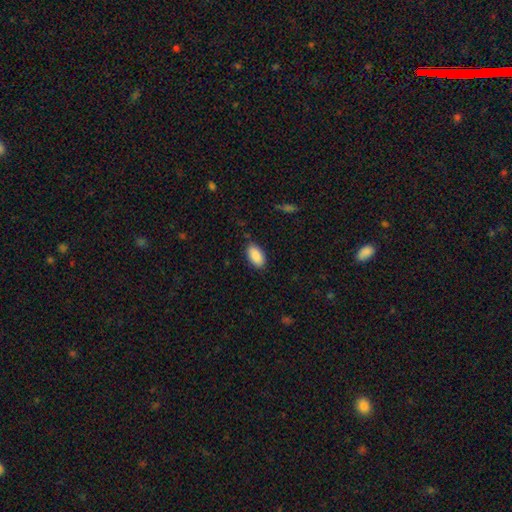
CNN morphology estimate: Overall: smooth (90%). How rounded: in between (94%). Merging: none (85%).